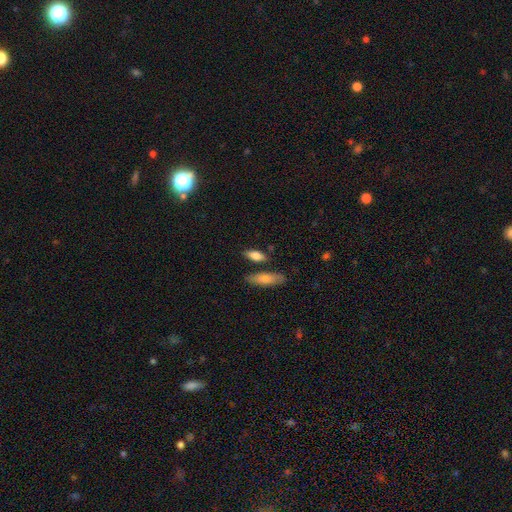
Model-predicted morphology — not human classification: type=smooth (78%); roundness=in between (64%); merging=none (75%).